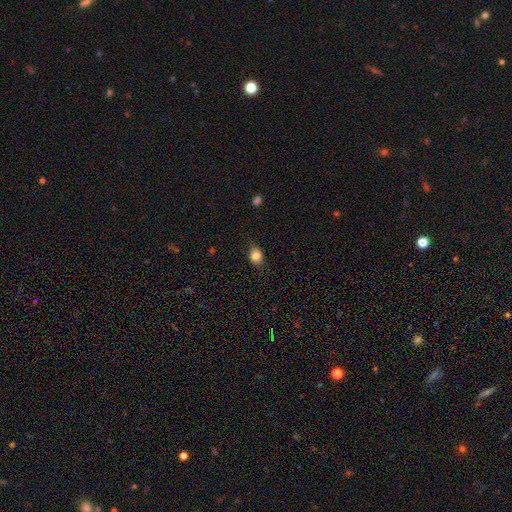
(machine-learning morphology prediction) Smooth or featured? smooth (82%)
How rounded? in between (50%)
Merging? none (71%)